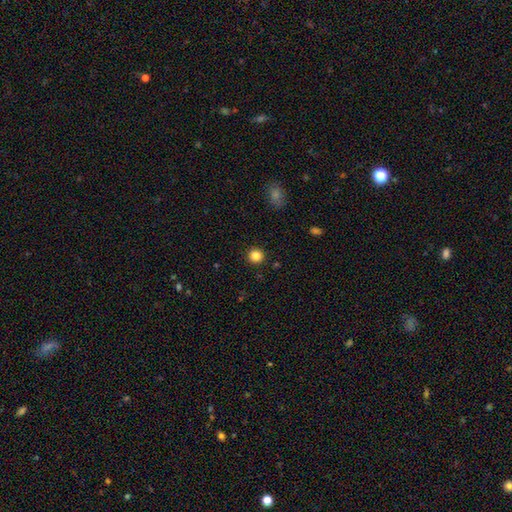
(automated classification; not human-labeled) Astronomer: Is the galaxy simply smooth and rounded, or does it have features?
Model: smooth — 84%.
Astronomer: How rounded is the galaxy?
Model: round — 94%.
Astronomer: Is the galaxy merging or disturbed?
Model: none — 93%.